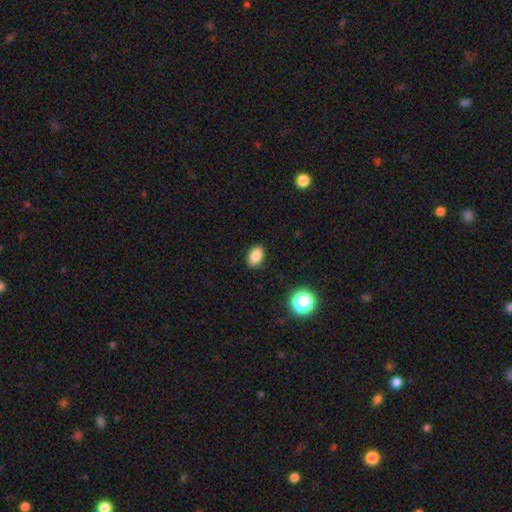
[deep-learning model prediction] Q: Smooth or featured?
A: smooth (85%); runner-up: star or artifact (10%)
Q: How rounded?
A: in between (84%); runner-up: round (15%)
Q: Merging?
A: none (87%); runner-up: minor disturbance (10%)